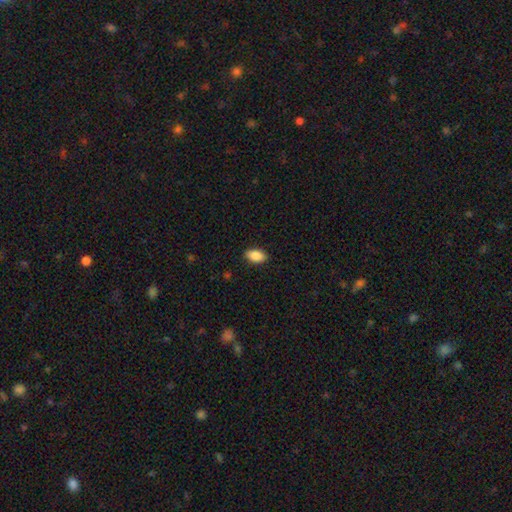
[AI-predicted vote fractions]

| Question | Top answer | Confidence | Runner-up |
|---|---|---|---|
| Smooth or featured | smooth | 89% | star or artifact (7%) |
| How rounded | in between | 93% | round (5%) |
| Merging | none | 89% | minor disturbance (8%) |